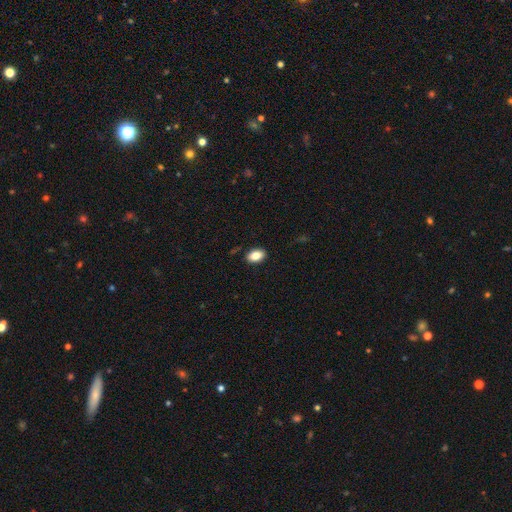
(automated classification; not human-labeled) A smooth galaxy with no disk features (84%) that is in between round and cigar-shaped (88%). Merging: none (88%).